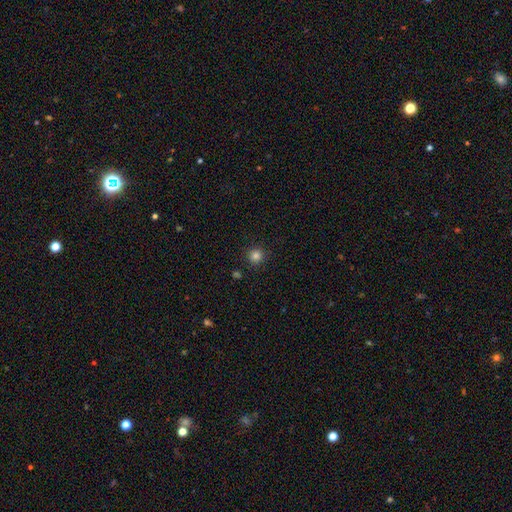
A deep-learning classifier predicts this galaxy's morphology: type=smooth (83%); roundness=round (95%); merging=none (91%).